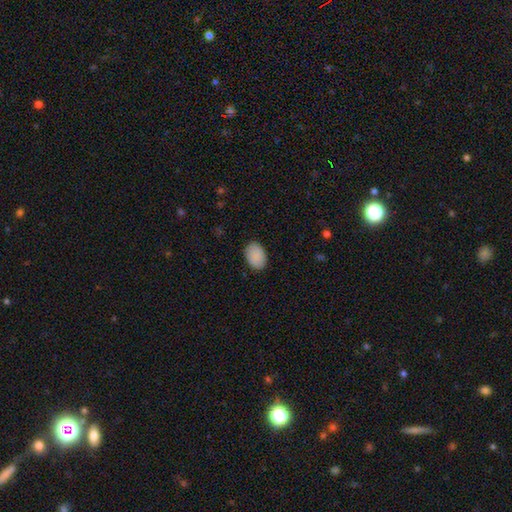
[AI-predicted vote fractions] Smooth or featured? Predicted: smooth (p=0.90). How rounded? Predicted: in between (p=0.85). Merging? Predicted: none (p=0.87).